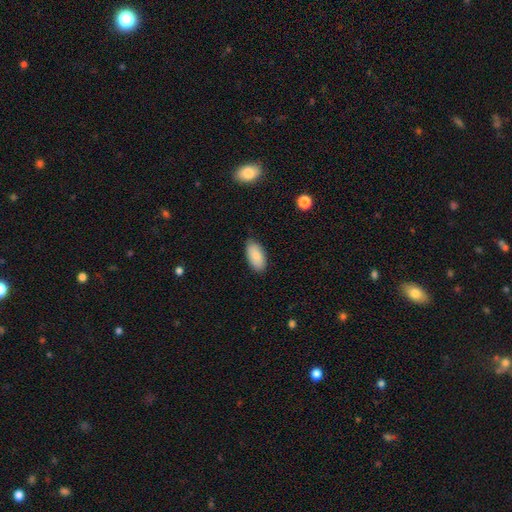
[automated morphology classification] type=smooth (85%); roundness=in between (93%); merging=none (81%).